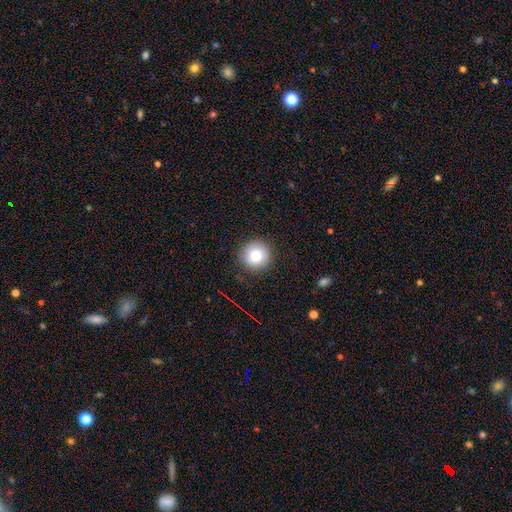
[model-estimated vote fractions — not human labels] smooth_or_featured: smooth (p=0.78) [alt: featured or disk p=0.11]
how_rounded: round (p=0.95) [alt: in between p=0.04]
merging: none (p=0.90) [alt: minor disturbance p=0.07]